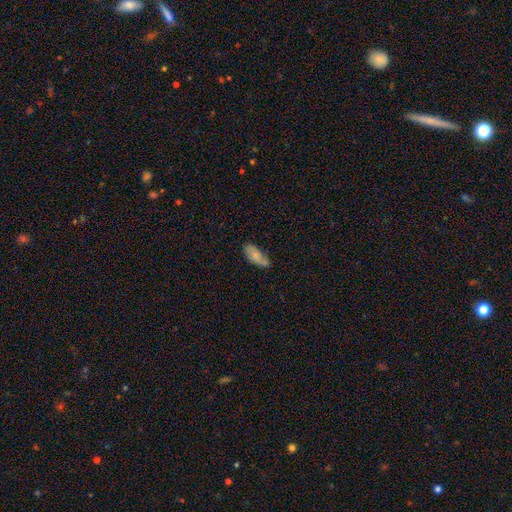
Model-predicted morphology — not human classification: Q: Smooth or featured?
A: smooth (74%); runner-up: featured or disk (19%)
Q: How rounded?
A: in between (83%); runner-up: cigar-shaped (15%)
Q: Merging?
A: none (58%); runner-up: minor disturbance (29%)